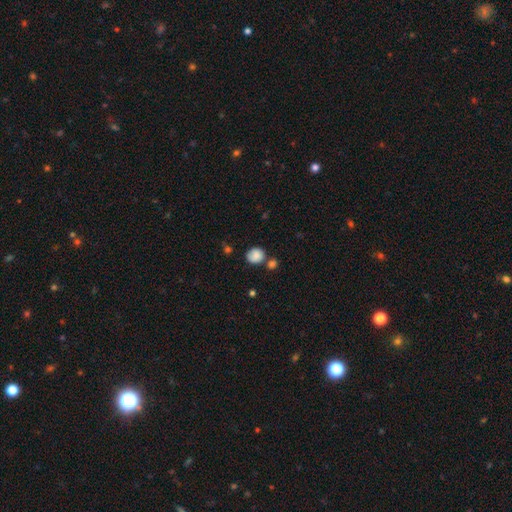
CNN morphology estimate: This is clearly a smooth galaxy (85%). How rounded: likely round (74%). Merging: possibly none (60%).